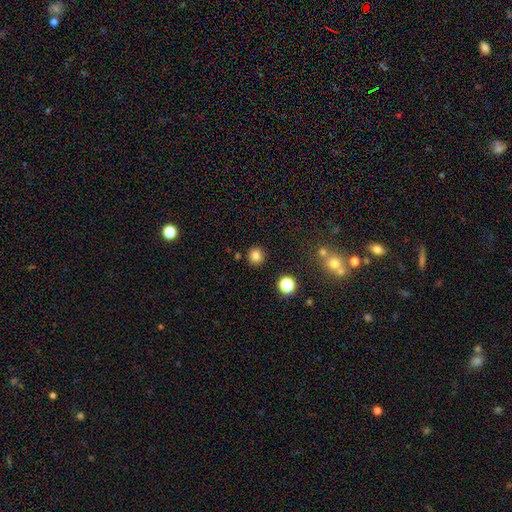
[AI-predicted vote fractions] Q: Smooth or featured?
A: smooth (81%); runner-up: star or artifact (14%)
Q: How rounded?
A: round (93%); runner-up: in between (6%)
Q: Merging?
A: none (89%); runner-up: minor disturbance (6%)